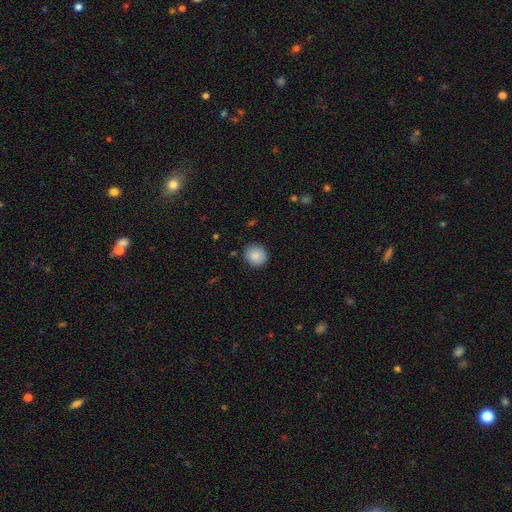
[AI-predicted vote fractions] A smooth galaxy with no disk features (87%) that is round (83%).

Vote fractions:
- Smooth or featured? smooth: 87% / star or artifact: 8% / featured or disk: 5%
- How rounded? round: 83% / in between: 17% / cigar-shaped: 1%
- Merging? none: 87% / minor disturbance: 10% / major disturbance: 2% / merger: 1%